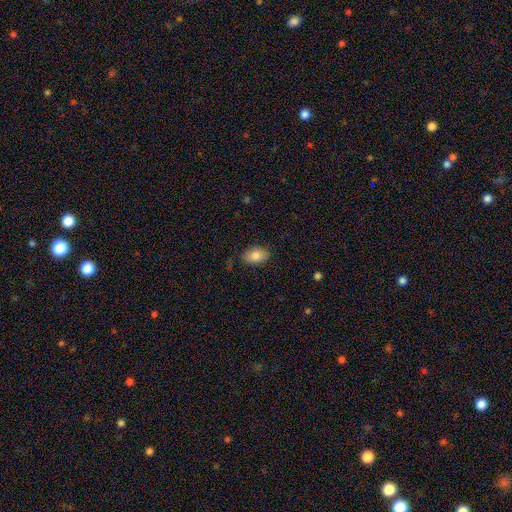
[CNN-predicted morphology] Smooth or featured? smooth (83%)
How rounded? in between (88%)
Merging? none (83%)